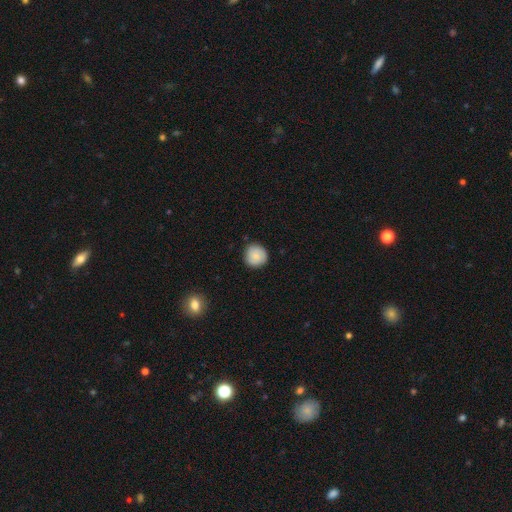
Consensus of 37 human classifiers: Morphology: type=smooth (76%); roundness=round (93%); merging=none (83%).